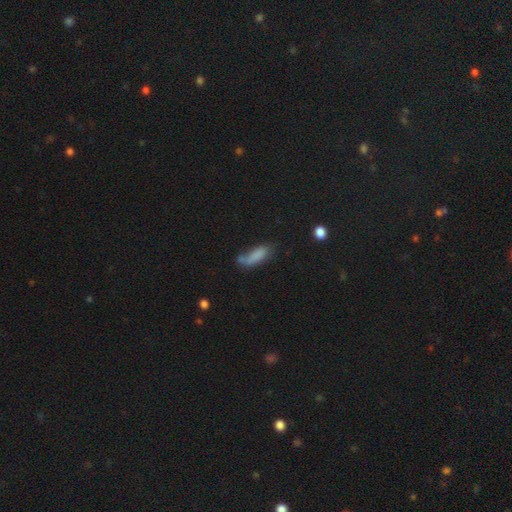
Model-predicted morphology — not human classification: The model was most divided on "merging": none: 41%, minor disturbance: 25%, major disturbance: 18%, merger: 16%. More confident: smooth or featured — smooth (77%); how rounded — in between (62%).